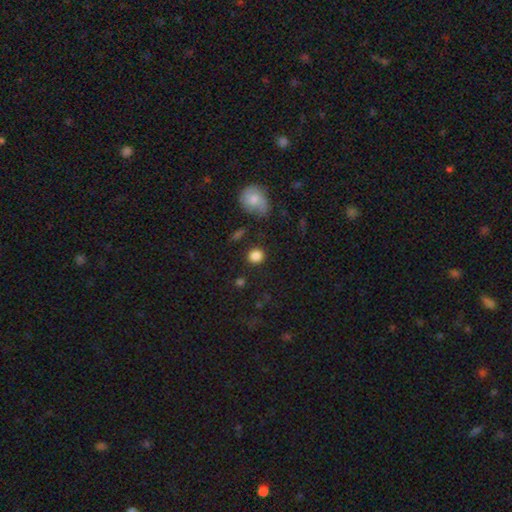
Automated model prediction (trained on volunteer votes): Smooth or featured? smooth (86%)
How rounded? round (86%)
Merging? none (85%)